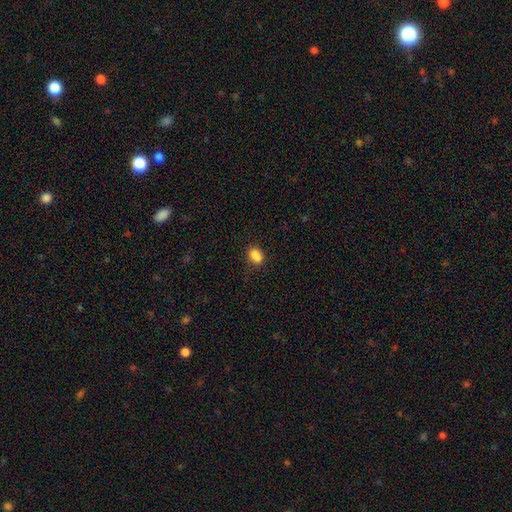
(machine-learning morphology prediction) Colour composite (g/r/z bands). It shows a smooth galaxy with no disk features (85%) that is in between round and cigar-shaped (67%). Merging: none (74%).